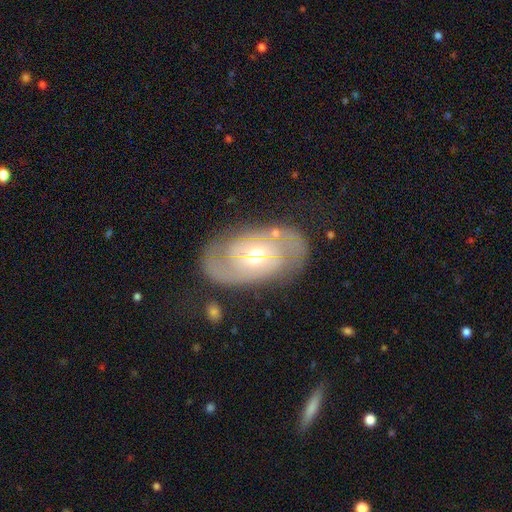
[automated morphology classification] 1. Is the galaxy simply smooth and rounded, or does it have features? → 73% featured or disk, 20% smooth, 7% star or artifact.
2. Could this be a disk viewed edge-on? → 93% no, 7% yes.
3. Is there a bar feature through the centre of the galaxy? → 49% no, 40% weak, 12% strong.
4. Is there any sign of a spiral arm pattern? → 78% yes, 22% no.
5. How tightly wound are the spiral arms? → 52% tight, 32% medium, 16% loose.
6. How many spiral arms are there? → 47% 2, 36% can't tell, 6% 3, 4% 1, 3% 4, 3% more than 4.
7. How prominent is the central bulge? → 54% moderate, 41% small, 3% large, 1% dominant, 1% none.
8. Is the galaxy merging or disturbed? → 68% none, 19% minor disturbance, 9% major disturbance, 4% merger.